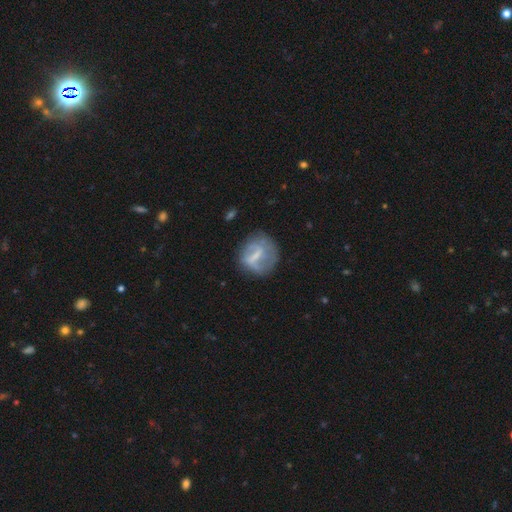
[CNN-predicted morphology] smooth_or_featured: featured or disk (p=0.62) [alt: smooth p=0.31]
disk_edge_on: no (p=0.96) [alt: yes p=0.04]
bar: weak (p=0.43) [alt: strong p=0.42]
has_spiral_arms: yes (p=0.59) [alt: no p=0.41]
bulge_size: small (p=0.38) [alt: none p=0.37]
merging: none (p=0.62) [alt: minor disturbance p=0.21]